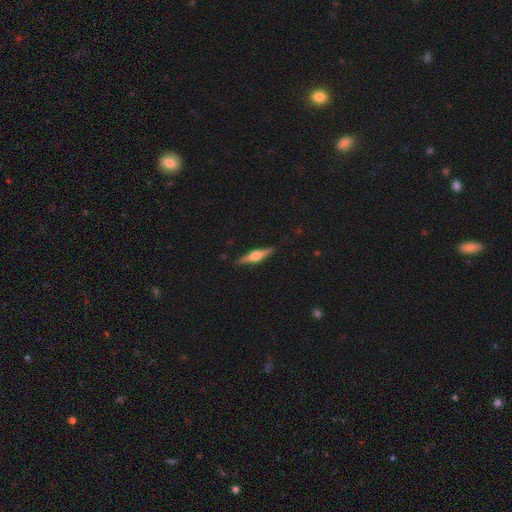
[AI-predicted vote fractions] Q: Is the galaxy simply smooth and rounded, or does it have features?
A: featured or disk — 75%.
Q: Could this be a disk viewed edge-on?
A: yes — 98%.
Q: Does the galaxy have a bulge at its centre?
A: rounded — 93%.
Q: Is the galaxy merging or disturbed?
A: none — 89%.